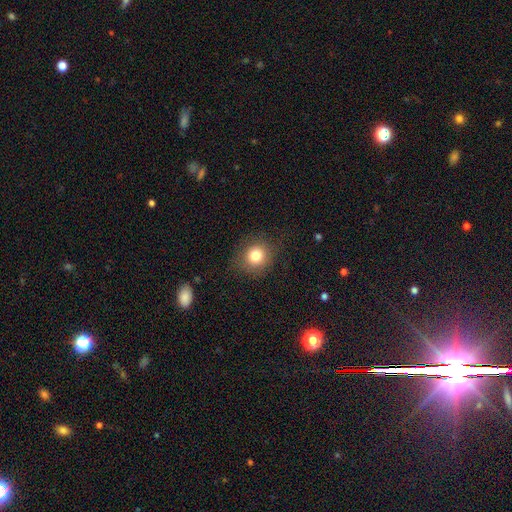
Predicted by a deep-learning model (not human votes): Smooth or featured: smooth — 80% (star or artifact — 12%)
How rounded: round — 85% (in between — 14%)
Merging: none — 83% (minor disturbance — 11%)